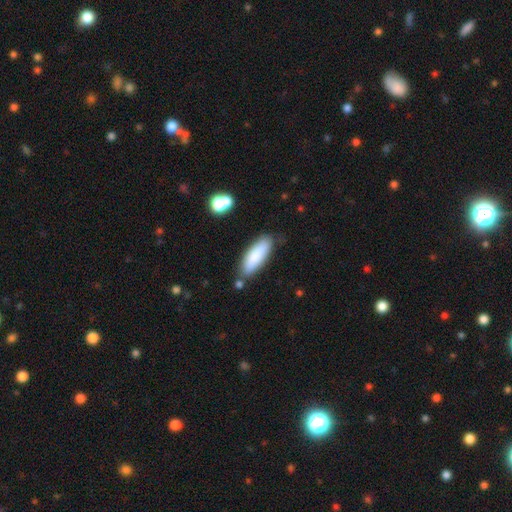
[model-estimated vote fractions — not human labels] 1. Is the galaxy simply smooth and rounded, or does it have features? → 82% smooth, 12% featured or disk, 6% star or artifact.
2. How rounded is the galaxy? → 55% in between, 44% cigar-shaped, 2% round.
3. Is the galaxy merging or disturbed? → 78% none, 14% minor disturbance, 5% merger, 3% major disturbance.